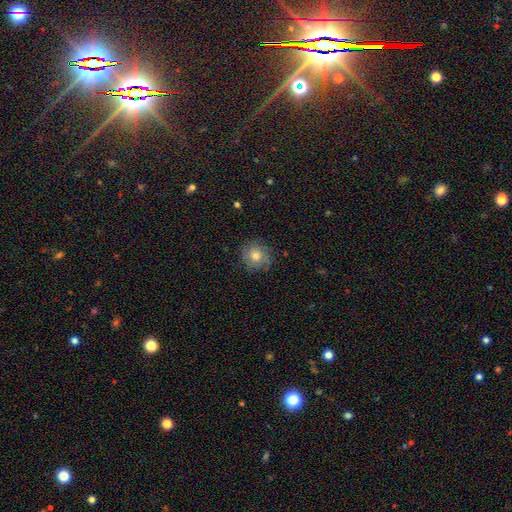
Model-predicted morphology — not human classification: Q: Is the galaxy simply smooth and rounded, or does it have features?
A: smooth — 73%.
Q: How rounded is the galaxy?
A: round — 87%.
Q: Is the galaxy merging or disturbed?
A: none — 82%.